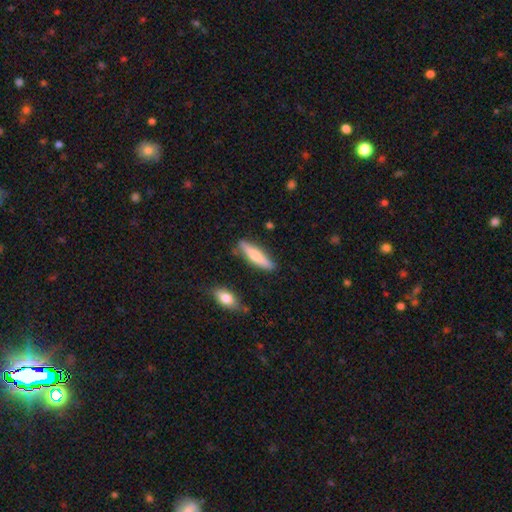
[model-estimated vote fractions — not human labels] Smooth or featured? Predicted: smooth (p=0.62). How rounded? Predicted: cigar-shaped (p=0.79). Merging? Predicted: none (p=0.82).